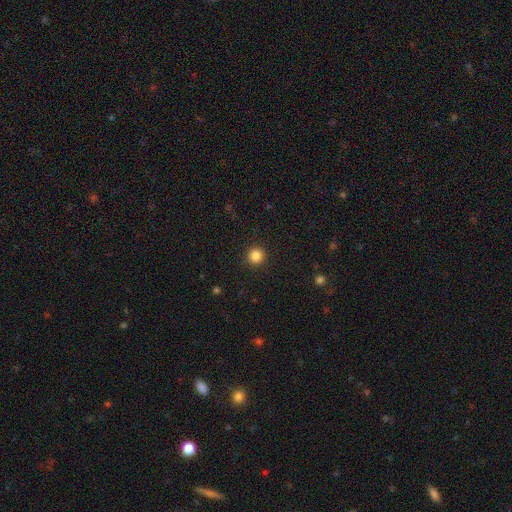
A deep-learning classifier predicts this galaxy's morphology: Overall: smooth (85%). How rounded: round (95%). Merging: none (92%).